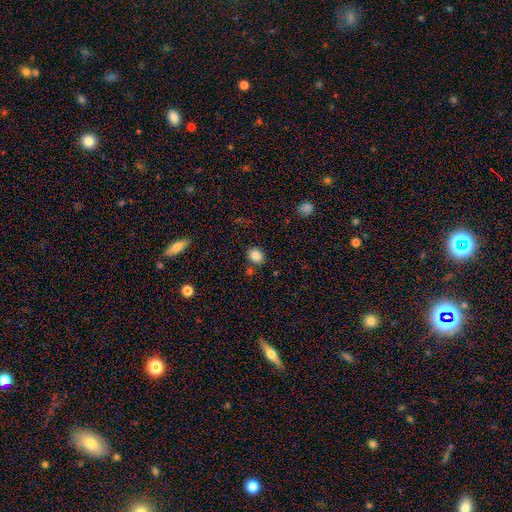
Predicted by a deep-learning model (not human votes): Morphology: type=smooth (85%); roundness=round (53%); merging=none (78%).